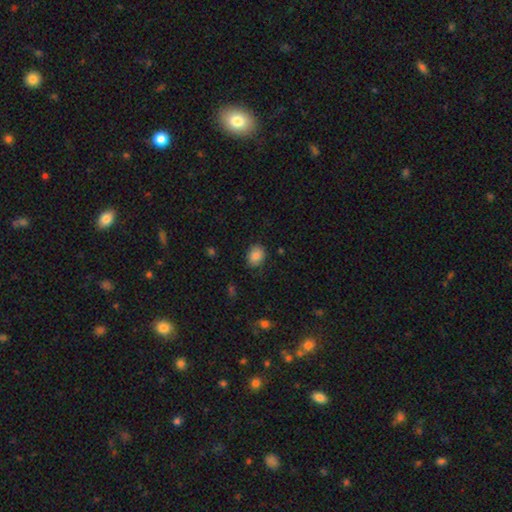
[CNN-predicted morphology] Smooth or featured? Predicted: smooth (p=0.86). How rounded? Predicted: in between (p=0.52). Merging? Predicted: none (p=0.82).